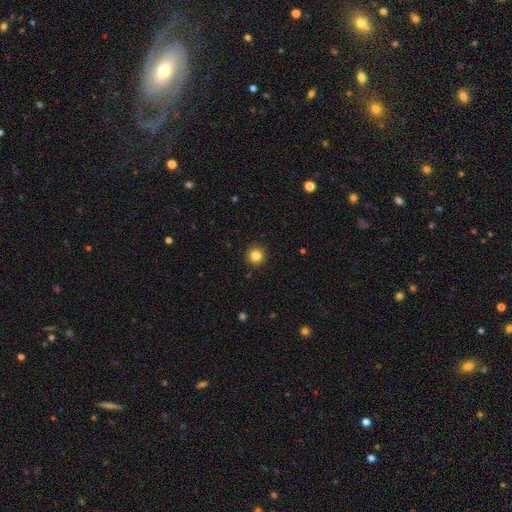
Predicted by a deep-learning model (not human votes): A smooth galaxy with no disk features (84%) that is round (95%). Merging: none (92%).